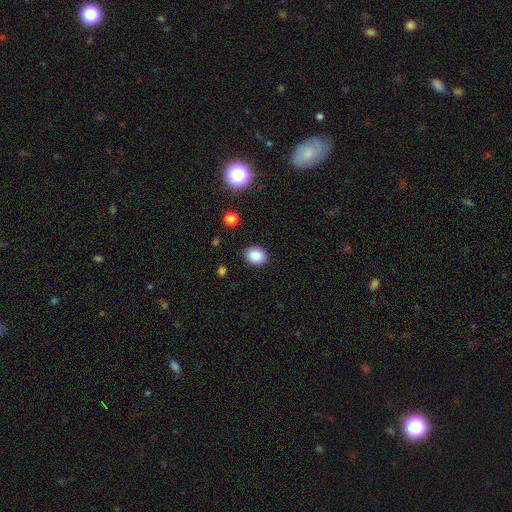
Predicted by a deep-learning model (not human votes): Q: Smooth or featured?
A: smooth (86%); runner-up: star or artifact (10%)
Q: How rounded?
A: round (62%); runner-up: in between (37%)
Q: Merging?
A: none (89%); runner-up: minor disturbance (7%)